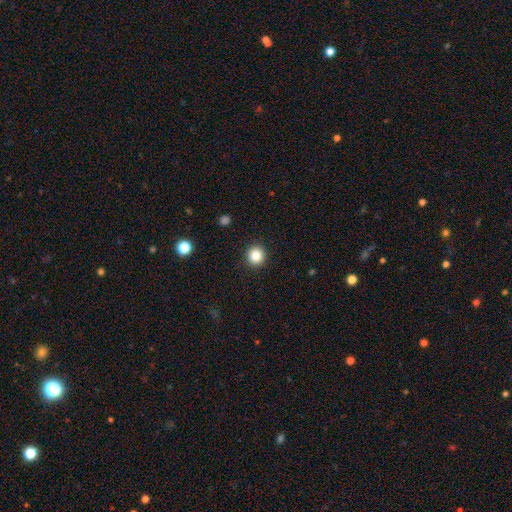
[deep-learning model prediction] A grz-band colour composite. It shows a smooth galaxy with no disk features (84%) that is round (93%). Merging: none (93%).